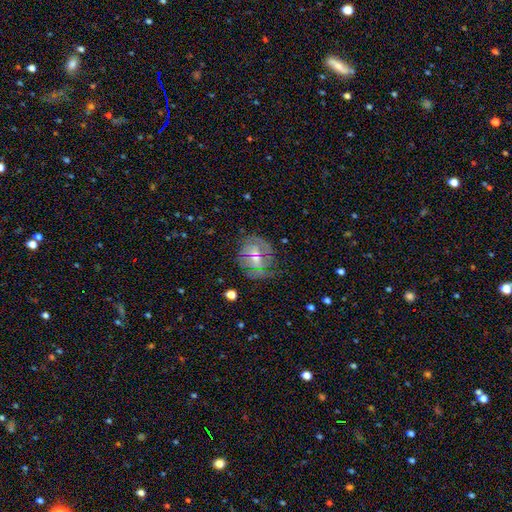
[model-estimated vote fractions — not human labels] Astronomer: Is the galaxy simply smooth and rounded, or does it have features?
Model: featured or disk — 55%.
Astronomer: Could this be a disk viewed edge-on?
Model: no — 95%.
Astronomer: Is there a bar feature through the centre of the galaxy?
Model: no — 50% (runner-up: weak, 39%).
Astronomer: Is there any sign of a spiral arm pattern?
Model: yes — 73%.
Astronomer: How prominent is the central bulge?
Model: small — 48% (runner-up: moderate, 45%).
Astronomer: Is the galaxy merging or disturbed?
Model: none — 72%.